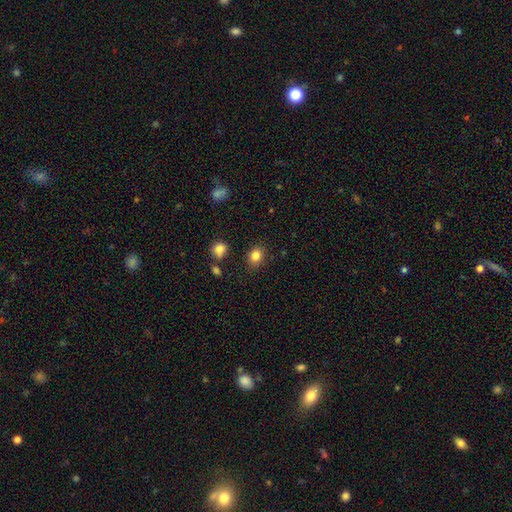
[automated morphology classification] Smooth or featured? Predicted: smooth (p=0.84). How rounded? Predicted: round (p=0.53). Merging? Predicted: none (p=0.84).